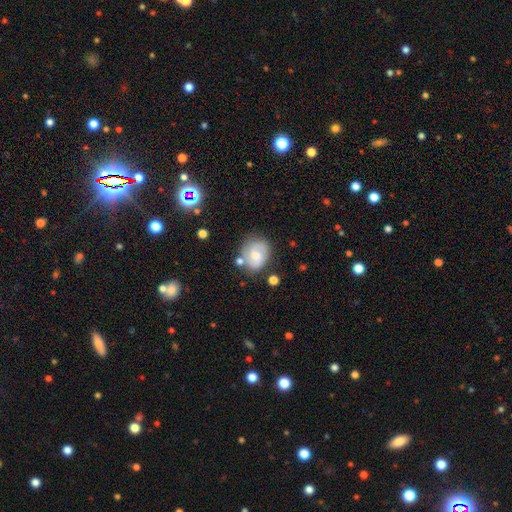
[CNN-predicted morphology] This is possibly a featured or disk galaxy (54%). It is clearly not viewed edge-on (97%). Bar: possibly no (53%). Spiral arm pattern: clearly yes (85%). Central bulge: possibly moderate (51%). Merging: likely none (64%).